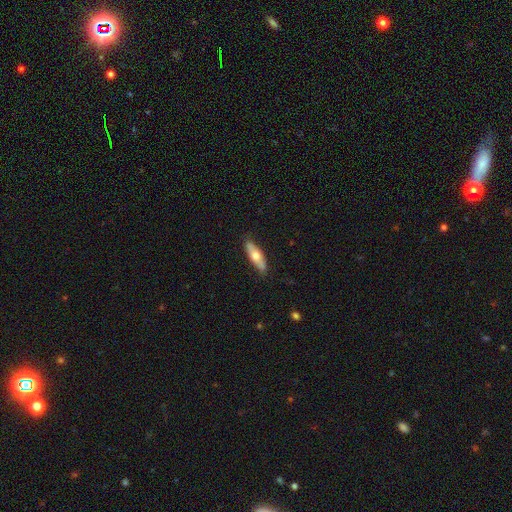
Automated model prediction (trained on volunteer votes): Q: Smooth or featured?
A: smooth (58%); runner-up: featured or disk (37%)
Q: How rounded?
A: in between (51%); runner-up: cigar-shaped (46%)
Q: Merging?
A: none (85%); runner-up: minor disturbance (12%)